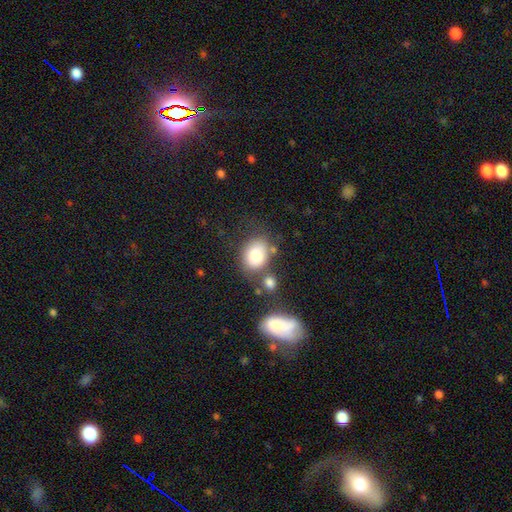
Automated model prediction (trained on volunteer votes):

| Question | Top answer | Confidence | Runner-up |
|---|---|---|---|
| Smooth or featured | smooth | 80% | featured or disk (11%) |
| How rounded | in between | 59% | round (40%) |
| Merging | none | 62% | minor disturbance (17%) |